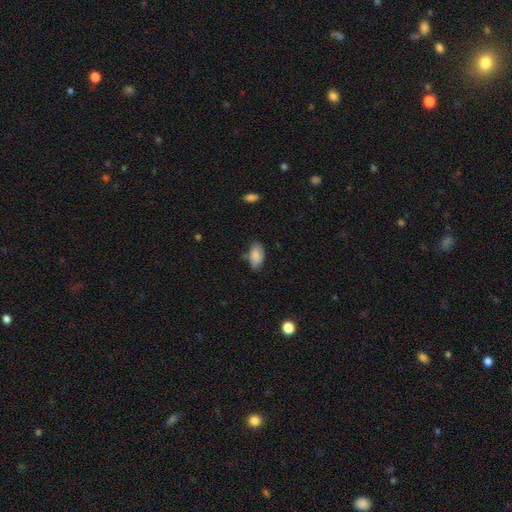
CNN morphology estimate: Smooth or featured: smooth — 83% (featured or disk — 10%)
How rounded: in between — 94% (round — 4%)
Merging: none — 65% (minor disturbance — 27%)